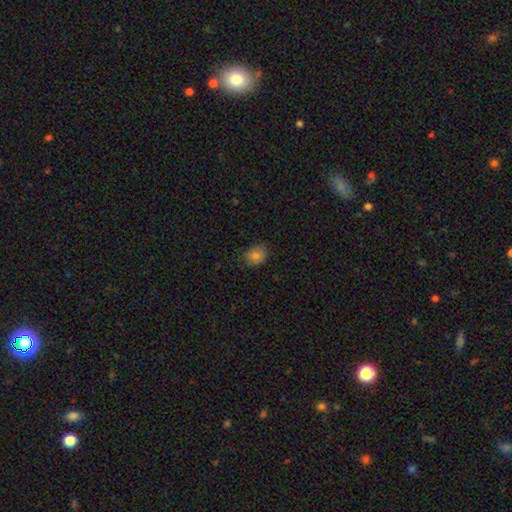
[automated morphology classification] Overall: smooth (81%). How rounded: round (53%; in between 46%). Merging: none (81%).